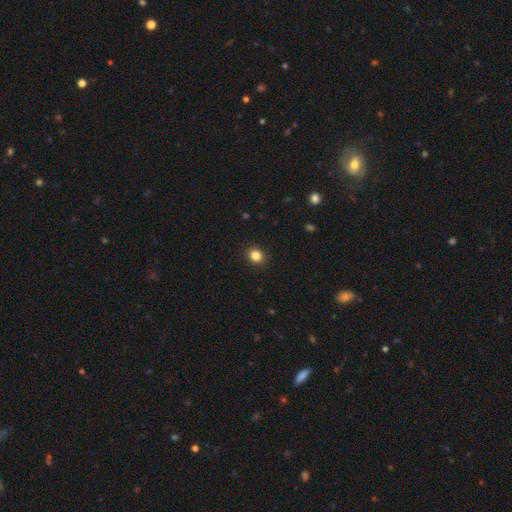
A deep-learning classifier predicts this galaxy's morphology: smooth 84%, star or artifact 11%, featured or disk 5%. Down the decision tree: how rounded — round (67%); merging — none (91%).